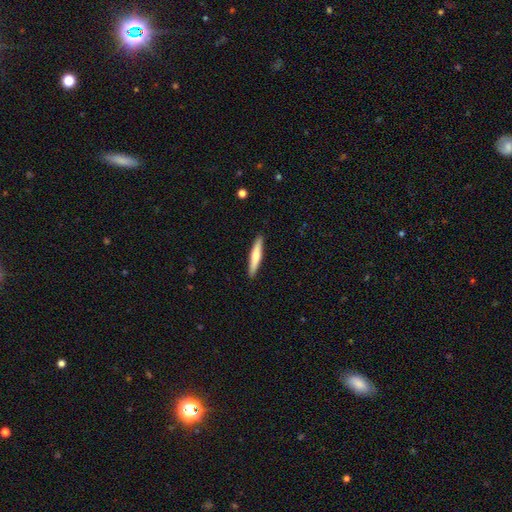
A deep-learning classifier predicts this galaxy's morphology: Smooth or featured: smooth — 58% (featured or disk — 37%)
How rounded: cigar-shaped — 91% (in between — 8%)
Merging: none — 91% (minor disturbance — 6%)